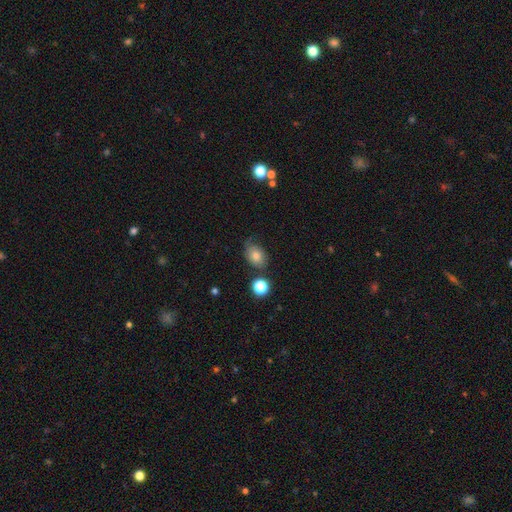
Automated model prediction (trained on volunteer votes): Smooth or featured? smooth (78%)
How rounded? in between (70%)
Merging? none (62%)